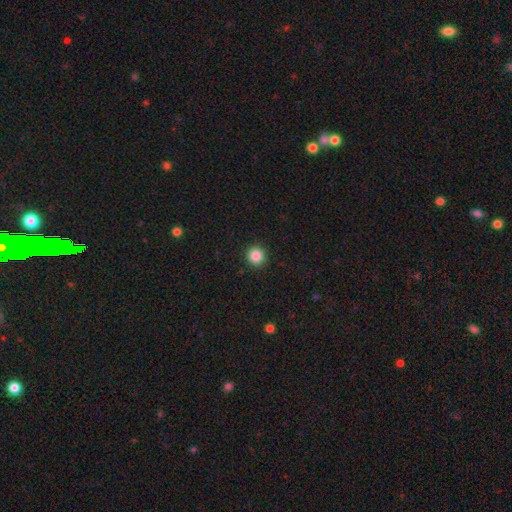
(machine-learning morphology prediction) Smooth or featured? smooth (86%)
How rounded? round (95%)
Merging? none (92%)